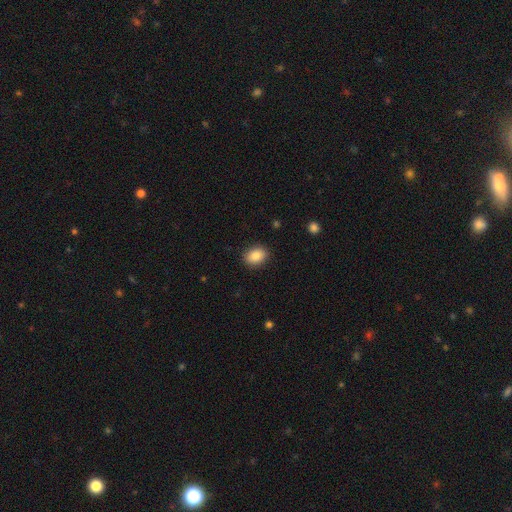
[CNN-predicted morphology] This is clearly a smooth galaxy (86%). How rounded: likely in between (68%). Merging: clearly none (89%).